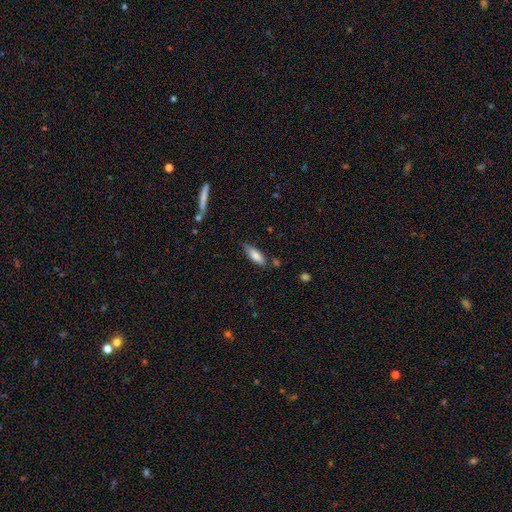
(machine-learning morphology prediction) Q: Smooth or featured?
A: smooth (78%); runner-up: featured or disk (15%)
Q: How rounded?
A: in between (58%); runner-up: cigar-shaped (40%)
Q: Merging?
A: none (67%); runner-up: minor disturbance (24%)